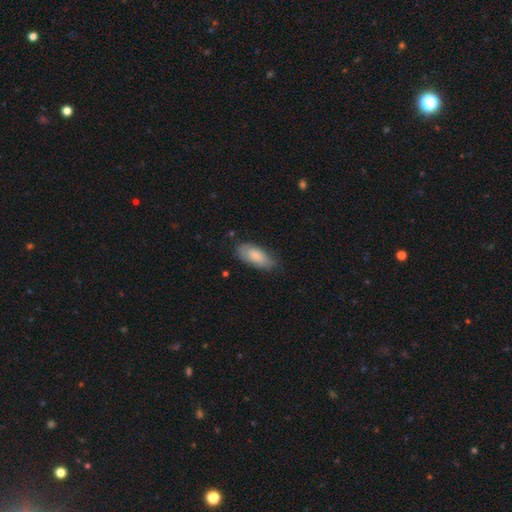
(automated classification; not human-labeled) Smooth or featured?
  - smooth: 80% *
  - featured or disk: 14%
  - star or artifact: 6%
How rounded?
  - in between: 86% *
  - cigar-shaped: 12%
  - round: 2%
Merging?
  - none: 71% *
  - minor disturbance: 24%
  - major disturbance: 4%
  - merger: 1%